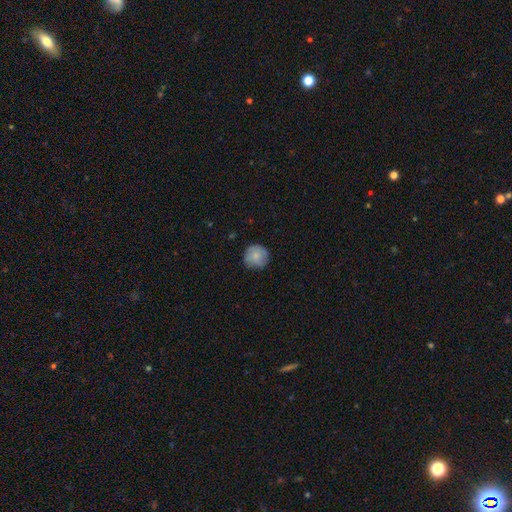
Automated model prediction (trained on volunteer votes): Smooth or featured: smooth — 80% (featured or disk — 13%)
How rounded: round — 94% (in between — 5%)
Merging: none — 83% (minor disturbance — 14%)